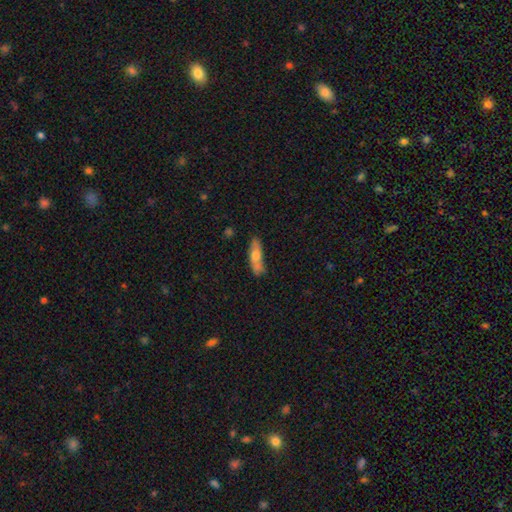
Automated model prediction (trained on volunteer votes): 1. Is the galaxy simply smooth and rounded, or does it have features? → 63% smooth, 31% featured or disk, 7% star or artifact.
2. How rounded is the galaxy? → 55% cigar-shaped, 42% in between, 3% round.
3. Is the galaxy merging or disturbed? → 62% none, 22% minor disturbance, 10% merger, 5% major disturbance.